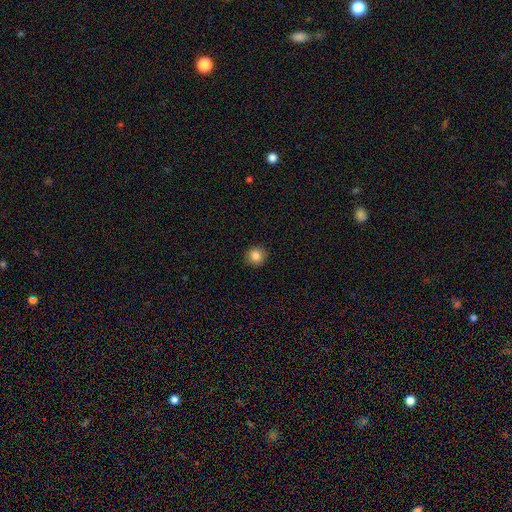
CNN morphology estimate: This is clearly a smooth galaxy (85%). How rounded: clearly round (93%). Merging: clearly none (91%).